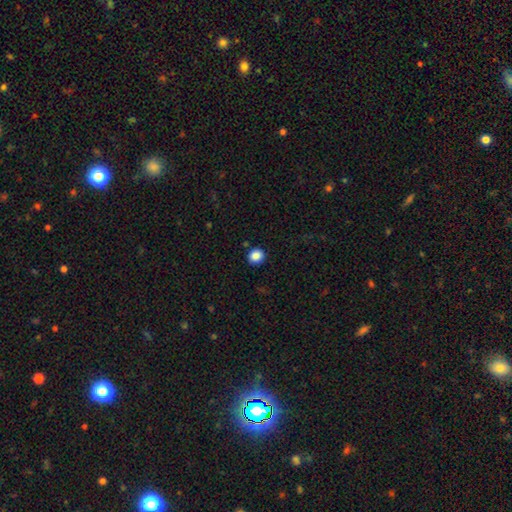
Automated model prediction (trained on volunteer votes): This is clearly a smooth galaxy (87%). How rounded: clearly round (81%). Merging: clearly none (90%).